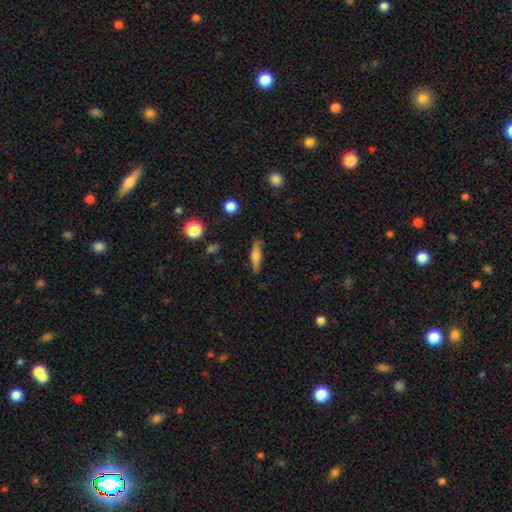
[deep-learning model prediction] smooth_or_featured: smooth (p=0.62) [alt: featured or disk p=0.31]
how_rounded: cigar-shaped (p=0.71) [alt: in between p=0.26]
merging: none (p=0.78) [alt: minor disturbance p=0.16]